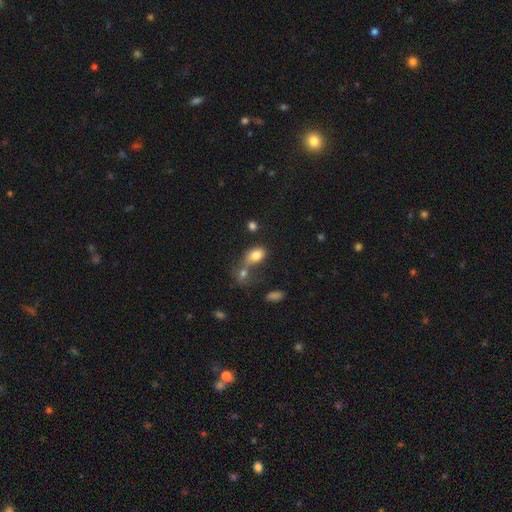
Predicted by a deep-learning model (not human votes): Morphology: type=smooth (80%); roundness=in between (80%); merging=merger (51%).